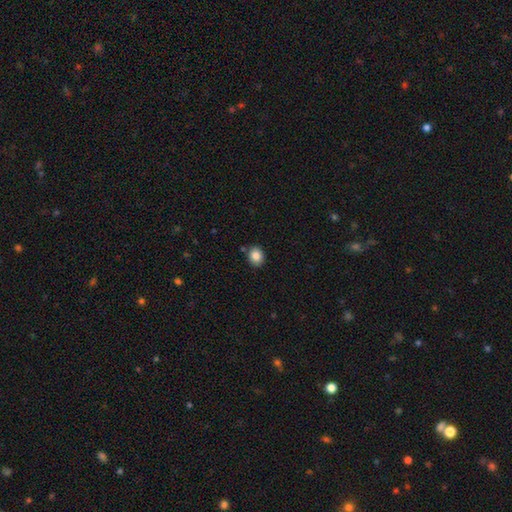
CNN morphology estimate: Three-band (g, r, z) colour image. It shows a smooth galaxy with no disk features (85%) that is round (65%). Merging: none (82%).